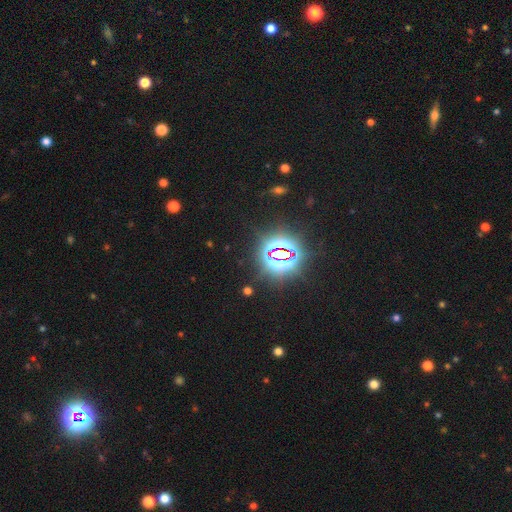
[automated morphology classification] star or artifact 81%, smooth 13%, featured or disk 6%.